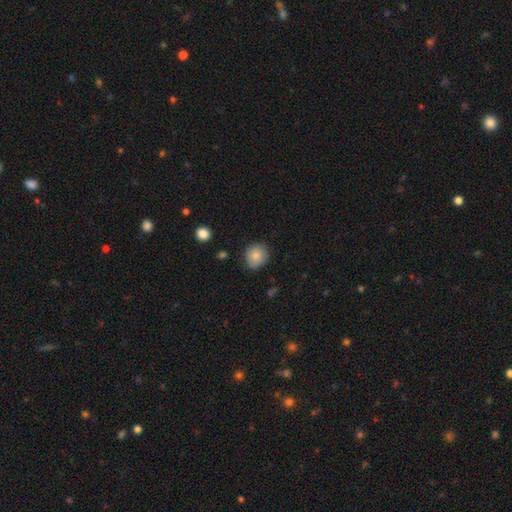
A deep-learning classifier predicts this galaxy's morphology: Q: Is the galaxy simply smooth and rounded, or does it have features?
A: smooth — 83%.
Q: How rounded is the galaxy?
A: round — 78%.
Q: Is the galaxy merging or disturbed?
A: none — 82%.